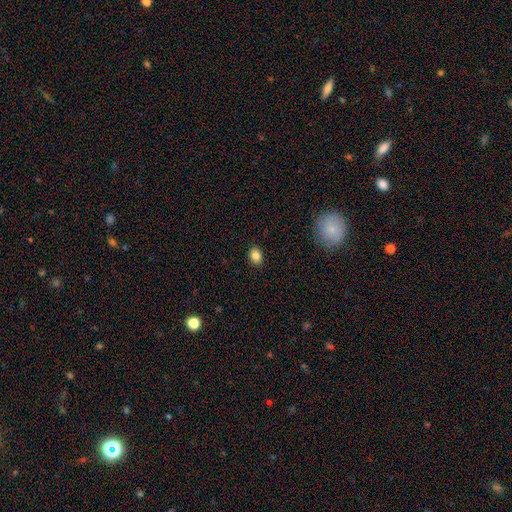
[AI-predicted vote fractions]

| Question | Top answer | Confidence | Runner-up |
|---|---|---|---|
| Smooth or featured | smooth | 83% | star or artifact (10%) |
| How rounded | in between | 63% | round (36%) |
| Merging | none | 88% | minor disturbance (9%) |